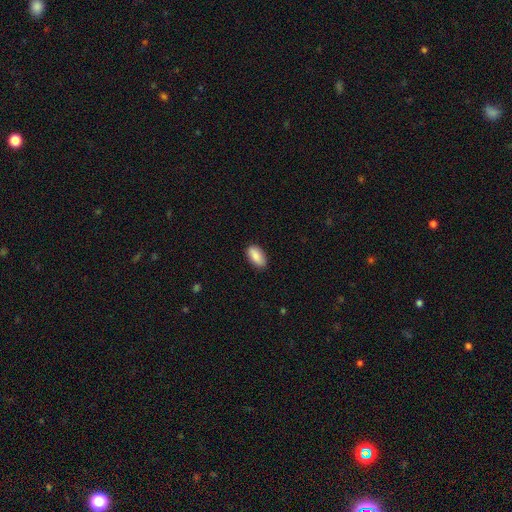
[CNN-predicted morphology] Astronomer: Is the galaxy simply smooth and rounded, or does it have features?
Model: smooth — 88%.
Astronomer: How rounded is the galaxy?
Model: in between — 93%.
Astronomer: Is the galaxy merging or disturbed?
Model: none — 87%.